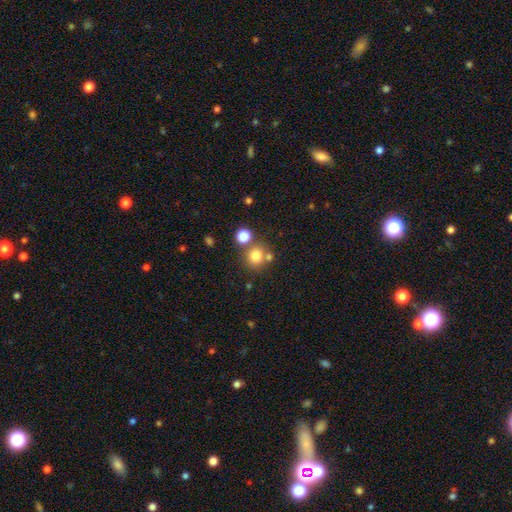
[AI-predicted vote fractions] Smooth or featured: smooth — 78% (star or artifact — 14%)
How rounded: round — 88% (in between — 11%)
Merging: none — 68% (merger — 20%)